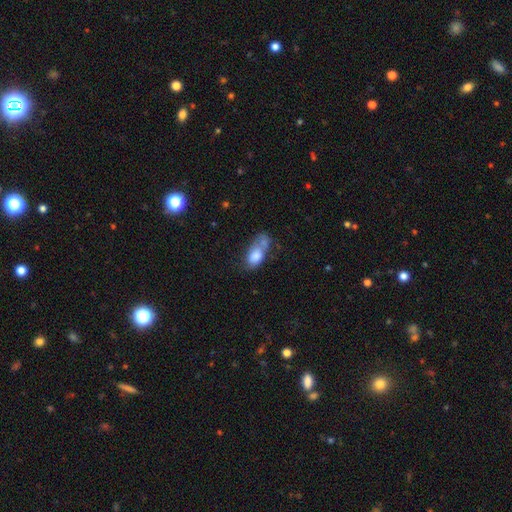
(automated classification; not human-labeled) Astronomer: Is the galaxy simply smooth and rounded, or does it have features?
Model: smooth — 75%.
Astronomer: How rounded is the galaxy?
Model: in between — 85%.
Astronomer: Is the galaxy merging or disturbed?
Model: merger — 45% (runner-up: none, 24%).